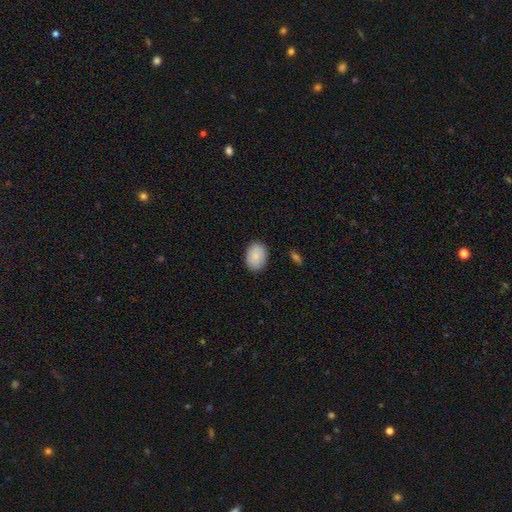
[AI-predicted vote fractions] smooth_or_featured: smooth (p=0.86) [alt: featured or disk p=0.07]
how_rounded: in between (p=0.77) [alt: round p=0.22]
merging: none (p=0.86) [alt: minor disturbance p=0.11]